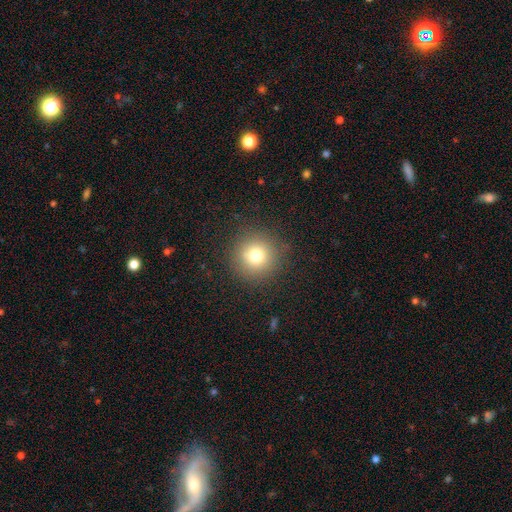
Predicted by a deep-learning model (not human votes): Smooth or featured? Predicted: smooth (p=0.76). How rounded? Predicted: round (p=0.95). Merging? Predicted: none (p=0.89).